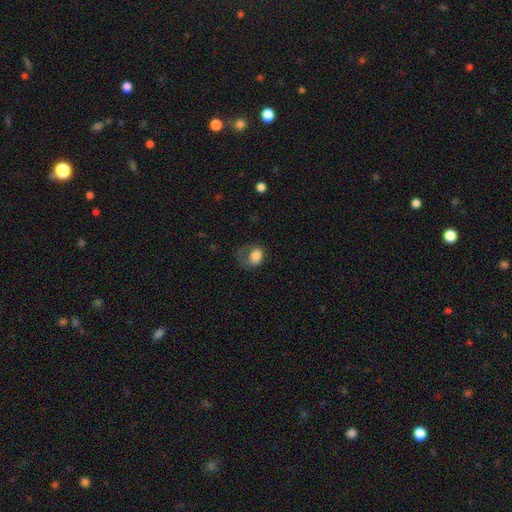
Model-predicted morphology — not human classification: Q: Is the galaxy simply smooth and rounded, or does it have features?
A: smooth — 77%.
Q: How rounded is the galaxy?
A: in between — 65%.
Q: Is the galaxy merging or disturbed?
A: major disturbance — 41%.